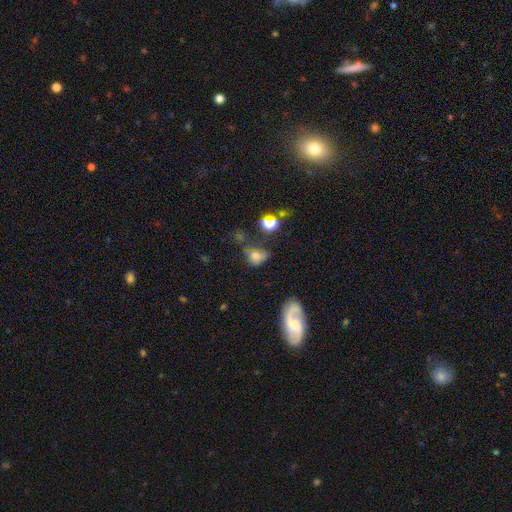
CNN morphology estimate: Smooth or featured?
  - smooth: 61% *
  - star or artifact: 20%
  - featured or disk: 19%
How rounded?
  - in between: 52% *
  - round: 46%
  - cigar-shaped: 2%
Merging?
  - none: 40% *
  - minor disturbance: 24%
  - major disturbance: 23%
  - merger: 13%